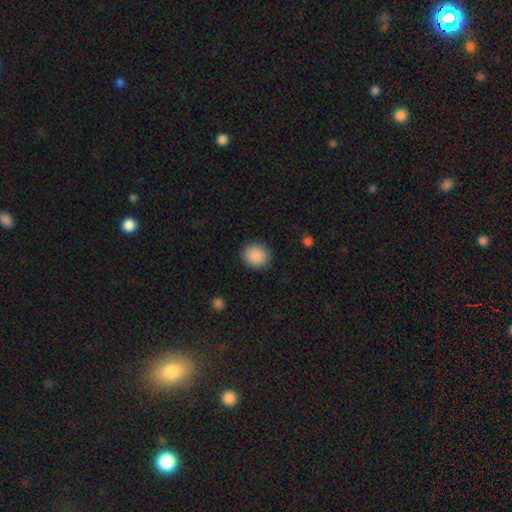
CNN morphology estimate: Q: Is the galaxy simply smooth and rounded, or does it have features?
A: smooth — 89%.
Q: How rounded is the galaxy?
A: round — 79%.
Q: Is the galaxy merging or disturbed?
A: none — 90%.